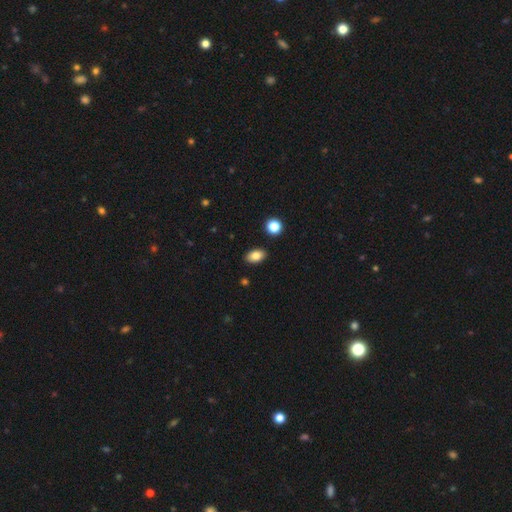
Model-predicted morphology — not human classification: This appears to be a smooth galaxy with no disk features (83%) that is in between round and cigar-shaped (89%). Merging: none (89%).